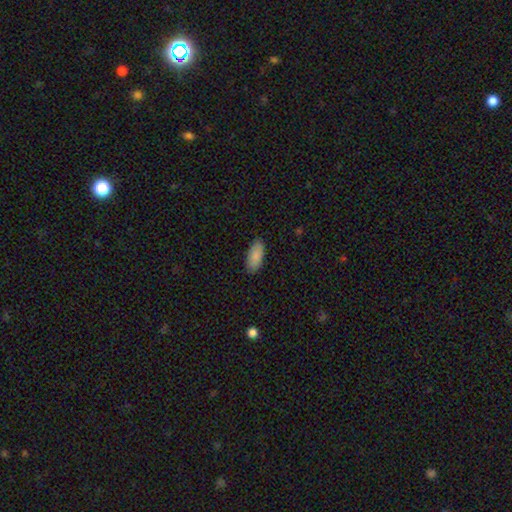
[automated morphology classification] Smooth or featured? Predicted: smooth (p=0.88). How rounded? Predicted: in between (p=0.89). Merging? Predicted: none (p=0.87).